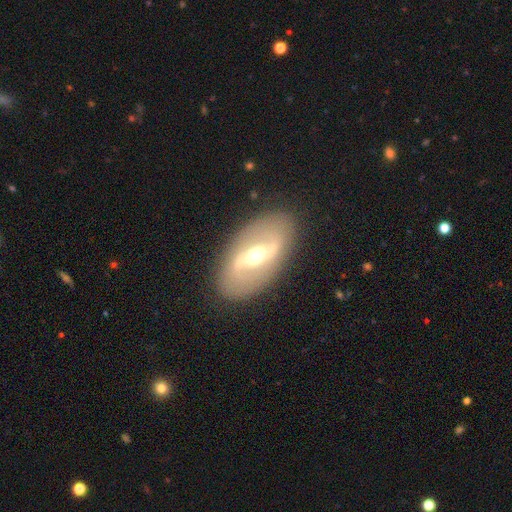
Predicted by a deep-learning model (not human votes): A featured or disk galaxy (77%) with a strong bar (55%), spiral arms (56%) and a moderate central bulge (69%). Merging: none (85%).